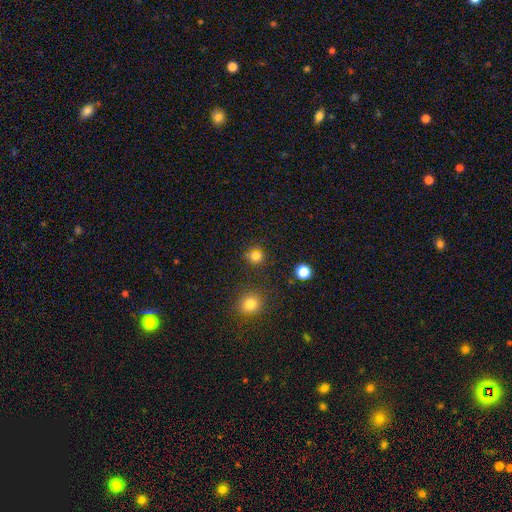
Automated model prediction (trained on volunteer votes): This is likely a smooth galaxy (80%). How rounded: clearly round (91%). Merging: clearly none (84%).